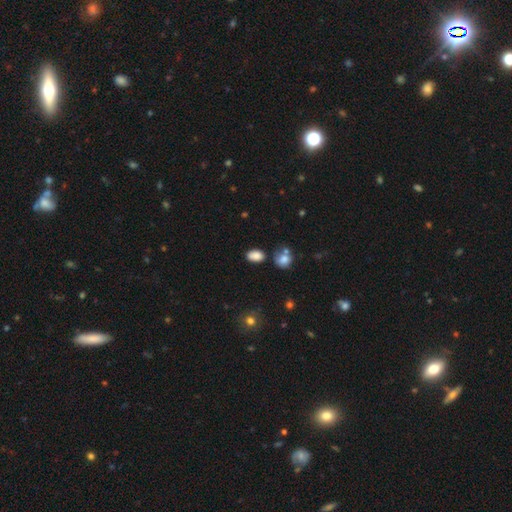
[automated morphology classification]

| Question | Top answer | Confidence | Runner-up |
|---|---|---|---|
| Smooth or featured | smooth | 83% | star or artifact (11%) |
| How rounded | in between | 86% | round (13%) |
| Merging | none | 66% | minor disturbance (18%) |